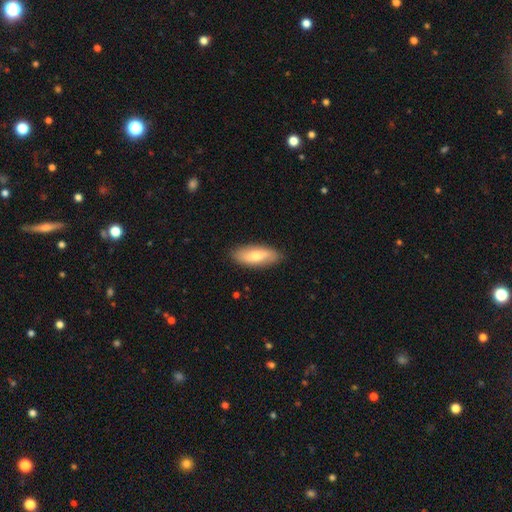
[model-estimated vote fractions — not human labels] Smooth or featured: smooth — 68% (featured or disk — 27%)
How rounded: in between — 75% (cigar-shaped — 23%)
Merging: none — 86% (minor disturbance — 11%)